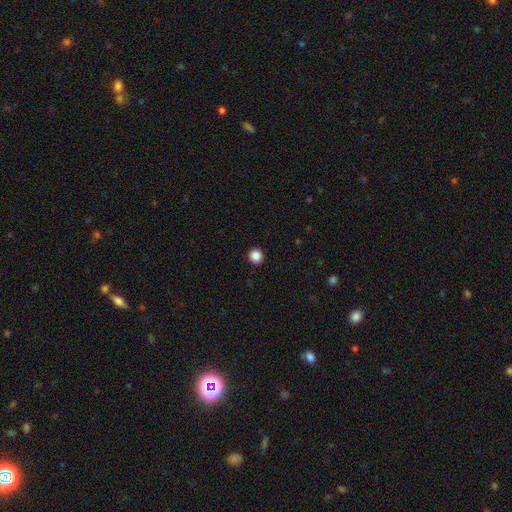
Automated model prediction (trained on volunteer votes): The model was most divided on "smooth or featured": smooth: 87%, star or artifact: 11%, featured or disk: 3%. More confident: how rounded — round (95%); merging — none (94%).